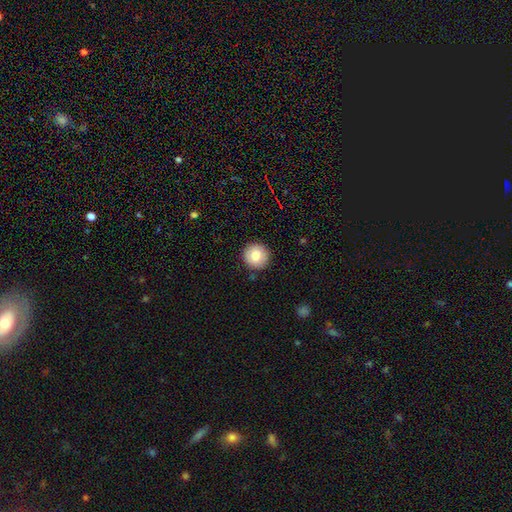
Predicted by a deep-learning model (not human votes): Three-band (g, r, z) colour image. It shows a smooth galaxy with no disk features (83%) that is round (95%). Merging: none (90%).